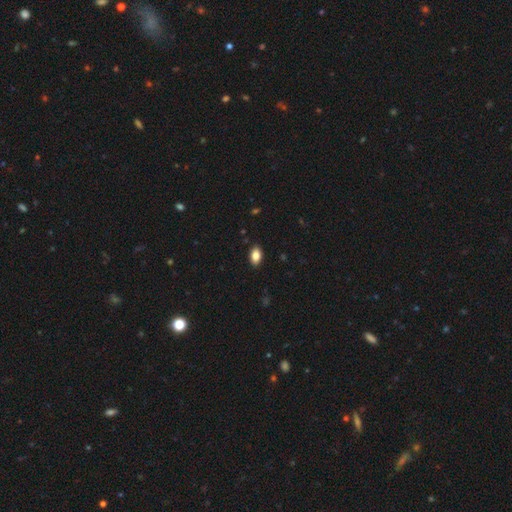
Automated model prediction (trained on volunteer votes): Q: Smooth or featured?
A: smooth (84%); runner-up: star or artifact (8%)
Q: How rounded?
A: in between (91%); runner-up: round (7%)
Q: Merging?
A: none (89%); runner-up: minor disturbance (8%)